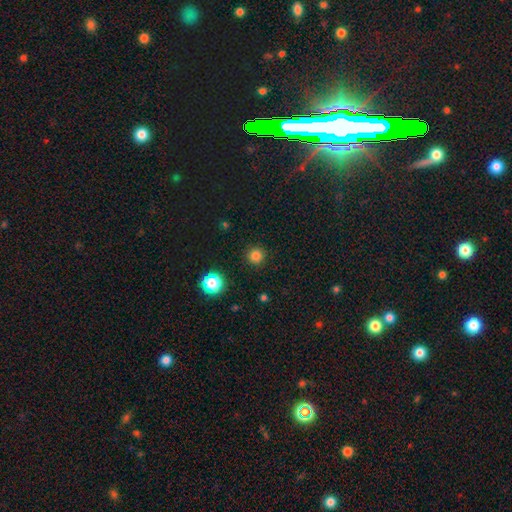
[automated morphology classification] Q: Smooth or featured?
A: smooth (79%); runner-up: star or artifact (16%)
Q: How rounded?
A: round (95%); runner-up: in between (4%)
Q: Merging?
A: none (92%); runner-up: minor disturbance (5%)